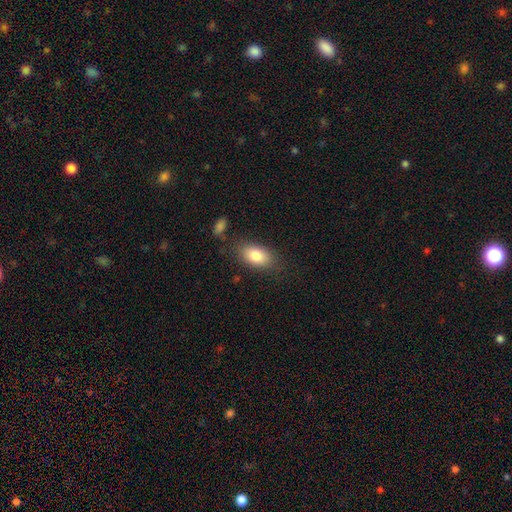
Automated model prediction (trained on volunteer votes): Smooth or featured?
  - smooth: 81% *
  - featured or disk: 11%
  - star or artifact: 7%
How rounded?
  - in between: 90% *
  - round: 7%
  - cigar-shaped: 3%
Merging?
  - none: 78% *
  - minor disturbance: 14%
  - major disturbance: 5%
  - merger: 3%